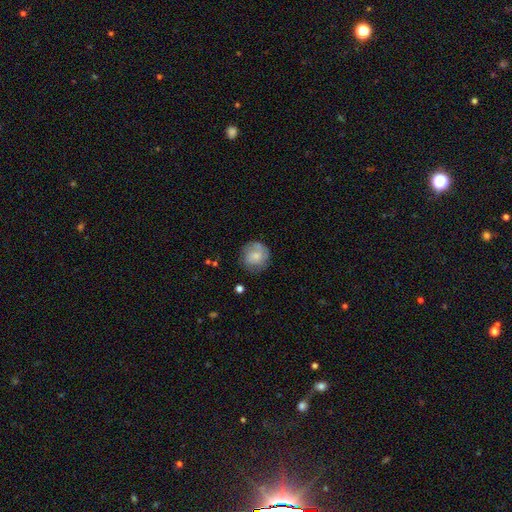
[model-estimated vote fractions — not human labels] This appears to be a smooth galaxy with no disk features (55%) that is round (88%). Merging: none (73%).